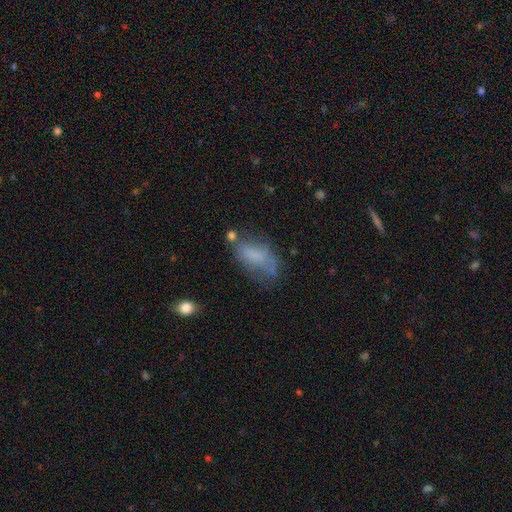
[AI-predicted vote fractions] Morphology: type=smooth (63%); roundness=in between (87%); merging=none (38%).